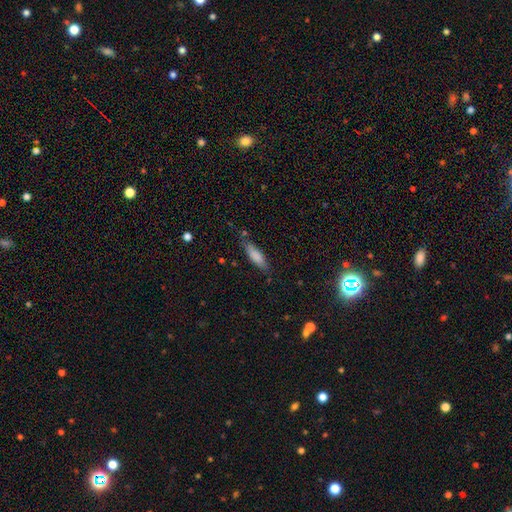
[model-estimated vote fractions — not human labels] Q: Smooth or featured?
A: smooth (81%); runner-up: featured or disk (12%)
Q: How rounded?
A: cigar-shaped (53%); runner-up: in between (45%)
Q: Merging?
A: none (70%); runner-up: minor disturbance (22%)